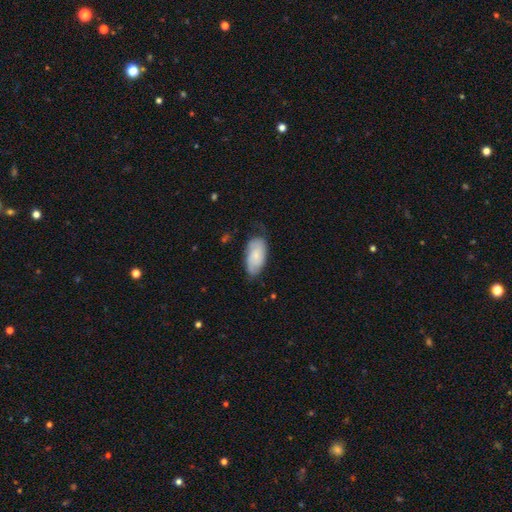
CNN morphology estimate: type=smooth (69%); roundness=in between (94%); merging=none (60%).